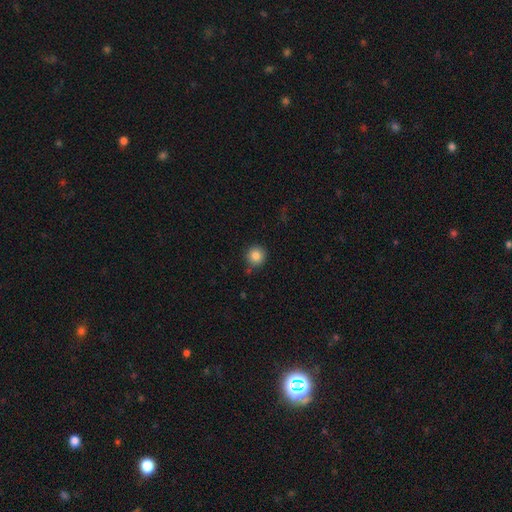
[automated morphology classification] This appears to be a smooth galaxy with no disk features (85%) that is round (94%). Merging: none (86%).